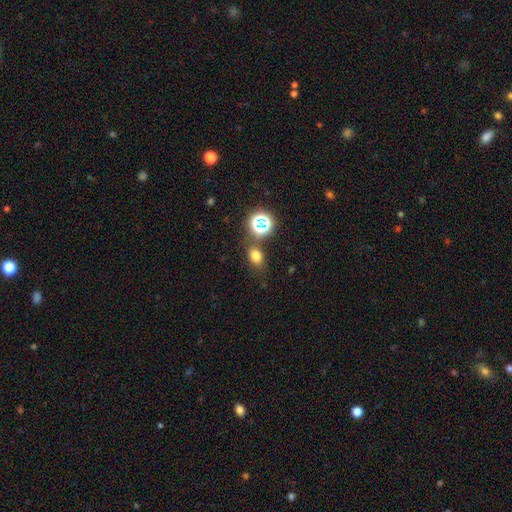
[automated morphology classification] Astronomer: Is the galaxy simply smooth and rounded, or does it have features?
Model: smooth — 72%.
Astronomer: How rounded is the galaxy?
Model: in between — 67%.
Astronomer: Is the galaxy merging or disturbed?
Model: none — 74%.